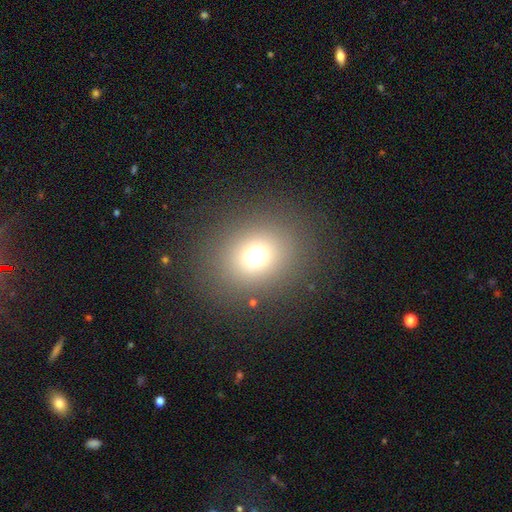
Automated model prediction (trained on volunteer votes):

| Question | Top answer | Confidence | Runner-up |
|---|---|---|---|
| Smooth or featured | smooth | 69% | star or artifact (22%) |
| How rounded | round | 73% | in between (26%) |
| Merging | none | 86% | minor disturbance (7%) |